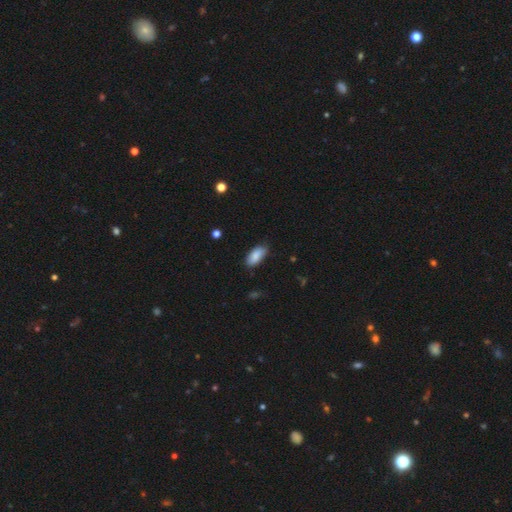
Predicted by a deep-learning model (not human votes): A smooth galaxy with no disk features (87%) that is in between round and cigar-shaped (90%).

Vote fractions:
- Smooth or featured? smooth: 87% / featured or disk: 7% / star or artifact: 6%
- How rounded? in between: 90% / cigar-shaped: 8% / round: 2%
- Merging? none: 76% / minor disturbance: 20% / major disturbance: 3% / merger: 1%